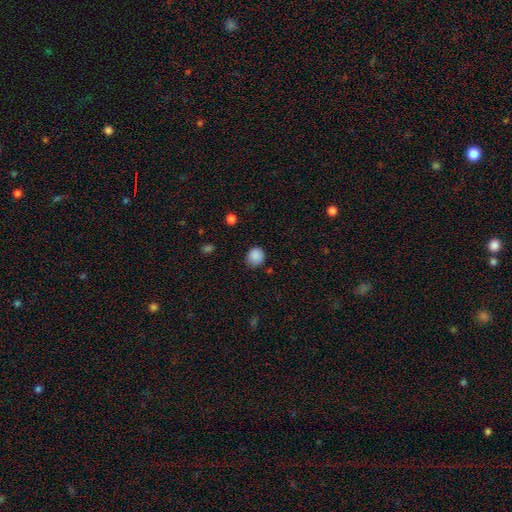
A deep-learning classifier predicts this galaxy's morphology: smooth-or-featured: smooth: 87% | star or artifact: 9% | featured or disk: 4%
  how-rounded: round: 80% | in between: 20% | cigar-shaped: 1%
  merging: none: 74% | minor disturbance: 21% | major disturbance: 4% | merger: 2%